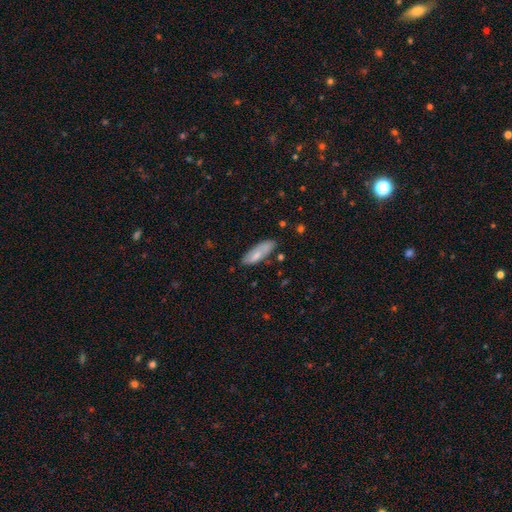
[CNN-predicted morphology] Overall: smooth (68%). How rounded: in between (54%; cigar-shaped 44%). Merging: none (76%).